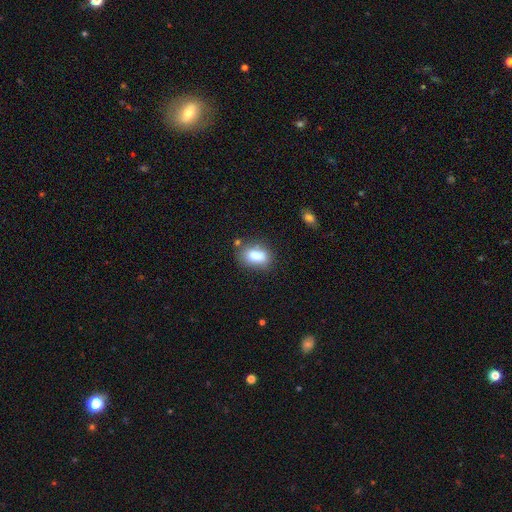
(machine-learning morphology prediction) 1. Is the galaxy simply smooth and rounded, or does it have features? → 78% smooth, 13% featured or disk, 9% star or artifact.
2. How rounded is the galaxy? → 79% in between, 19% round, 2% cigar-shaped.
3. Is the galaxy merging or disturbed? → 65% none, 19% minor disturbance, 10% merger, 5% major disturbance.